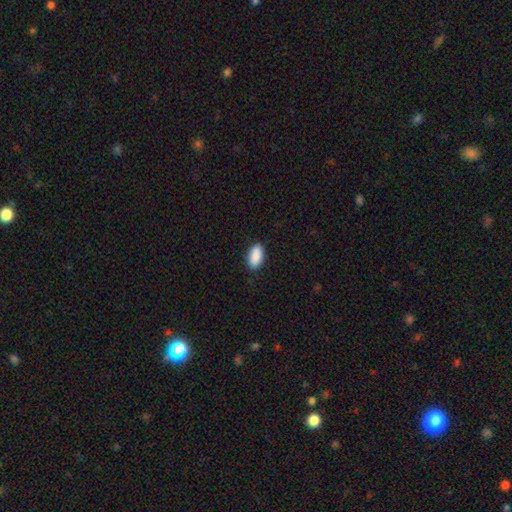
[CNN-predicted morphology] A smooth galaxy with no disk features (91%) that is in between round and cigar-shaped (93%).

Vote fractions:
- Smooth or featured? smooth: 91% / star or artifact: 6% / featured or disk: 3%
- How rounded? in between: 93% / cigar-shaped: 4% / round: 2%
- Merging? none: 89% / minor disturbance: 8% / major disturbance: 2% / merger: 1%